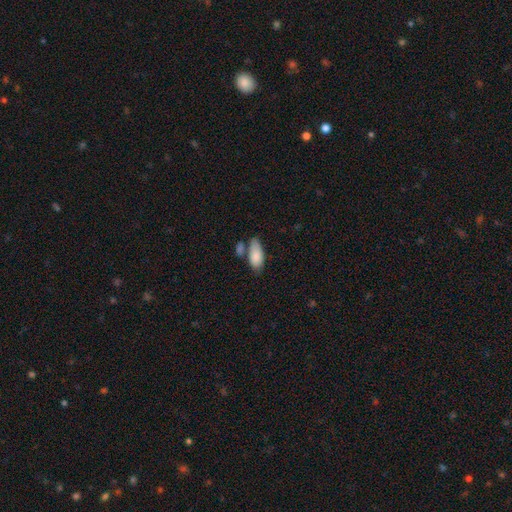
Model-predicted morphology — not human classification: smooth 85%, featured or disk 8%, star or artifact 6%. Down the decision tree: how rounded — in between (88%); merging — none (49%).